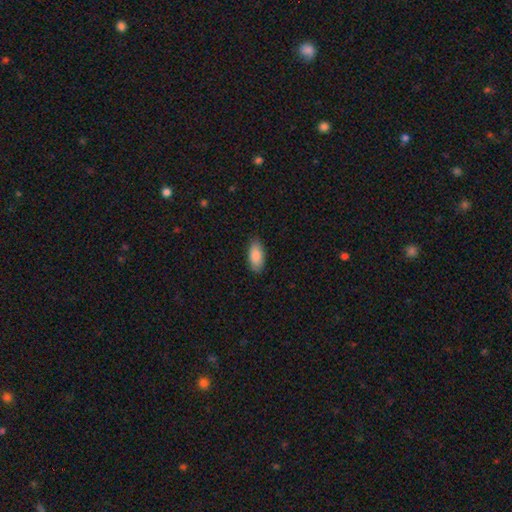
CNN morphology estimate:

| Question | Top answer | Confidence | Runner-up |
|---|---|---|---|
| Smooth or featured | smooth | 88% | star or artifact (6%) |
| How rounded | in between | 91% | cigar-shaped (7%) |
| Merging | none | 86% | minor disturbance (11%) |